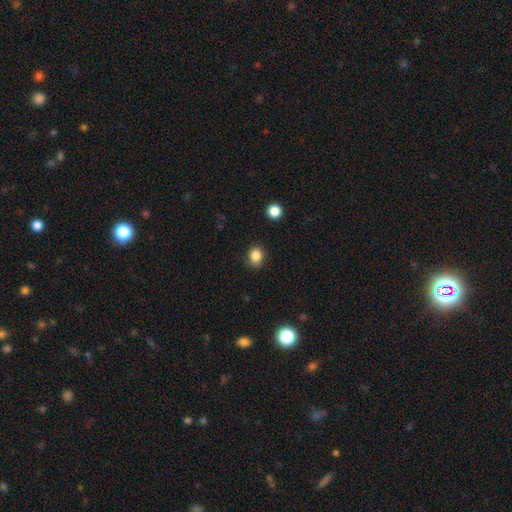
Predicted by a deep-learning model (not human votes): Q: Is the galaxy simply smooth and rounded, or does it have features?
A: smooth — 84%.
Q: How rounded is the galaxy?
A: round — 54%.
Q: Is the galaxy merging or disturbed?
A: none — 87%.